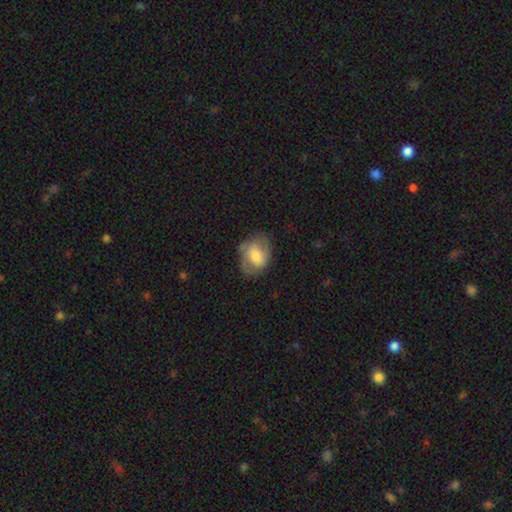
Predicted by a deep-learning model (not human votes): smooth 57%, featured or disk 36%, star or artifact 7%. Down the decision tree: how rounded — in between (64%); merging — none (61%).